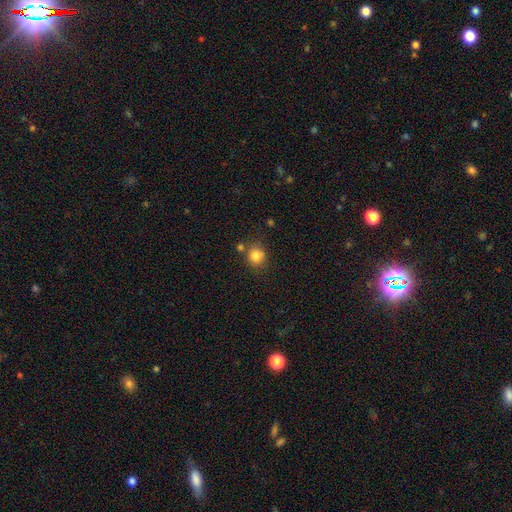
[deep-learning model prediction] This appears to be a smooth galaxy with no disk features (82%) that is round (83%). Merging: none (71%).